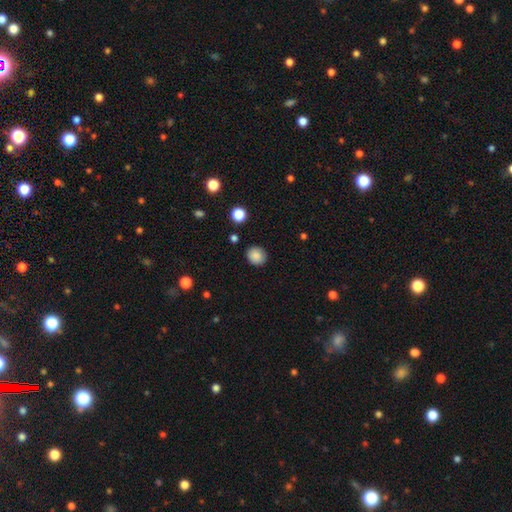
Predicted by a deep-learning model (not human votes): Smooth or featured: smooth — 87% (star or artifact — 9%)
How rounded: round — 79% (in between — 20%)
Merging: none — 88% (minor disturbance — 8%)